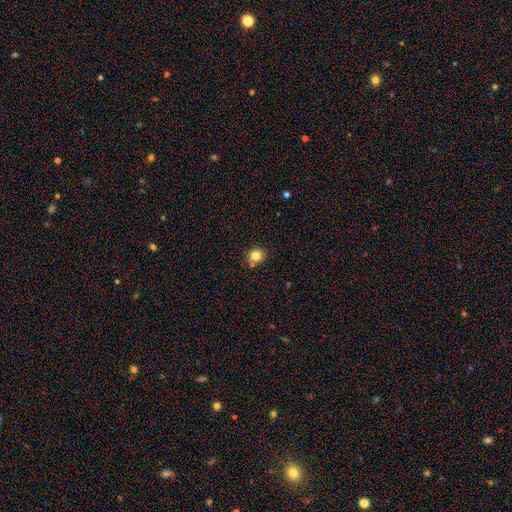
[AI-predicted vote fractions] Smooth or featured? smooth (82%)
How rounded? round (79%)
Merging? none (83%)